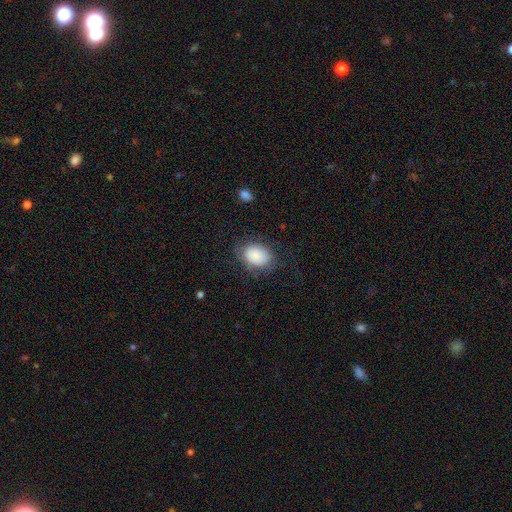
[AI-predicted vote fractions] A smooth galaxy with no disk features (87%) that is in between round and cigar-shaped (77%).

Vote fractions:
- Smooth or featured? smooth: 87% / star or artifact: 7% / featured or disk: 6%
- How rounded? in between: 77% / round: 22% / cigar-shaped: 1%
- Merging? none: 73% / minor disturbance: 18% / major disturbance: 8% / merger: 1%